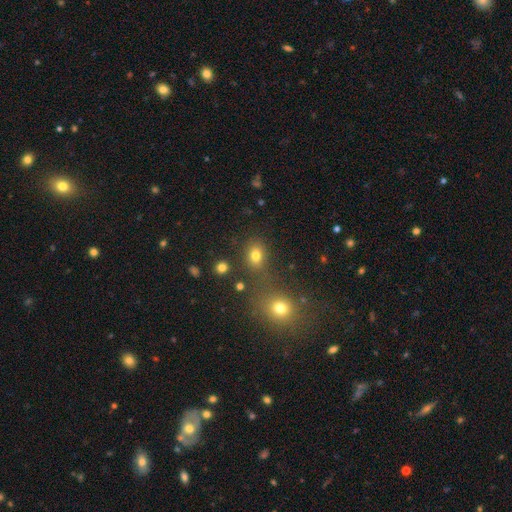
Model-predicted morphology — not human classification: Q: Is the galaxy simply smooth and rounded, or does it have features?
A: smooth — 76%.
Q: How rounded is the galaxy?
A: in between — 53%.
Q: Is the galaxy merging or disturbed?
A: none — 71%.